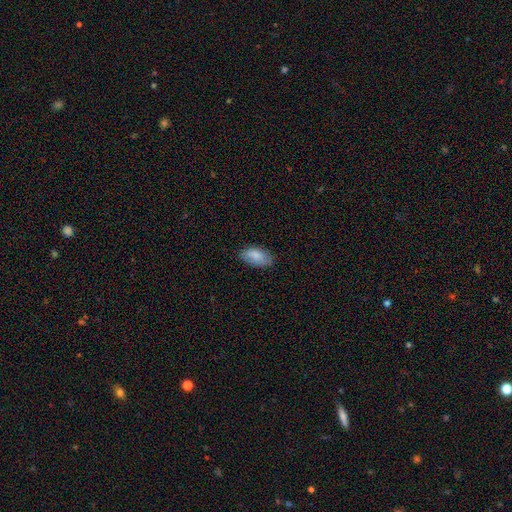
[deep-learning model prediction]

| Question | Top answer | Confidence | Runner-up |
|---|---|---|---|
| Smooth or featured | smooth | 84% | featured or disk (10%) |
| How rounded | in between | 93% | cigar-shaped (4%) |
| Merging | none | 79% | minor disturbance (17%) |